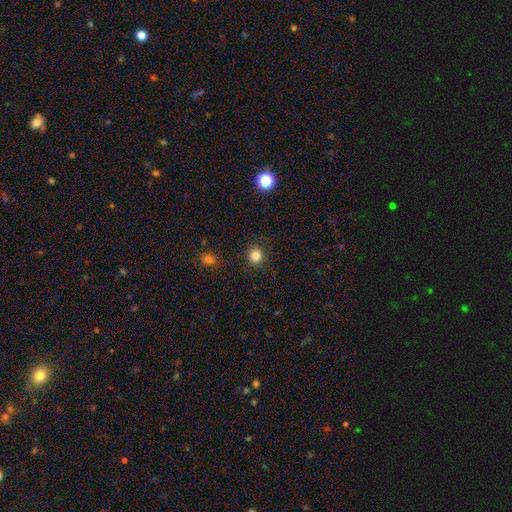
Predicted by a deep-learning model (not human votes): This is clearly a smooth galaxy (84%). How rounded: clearly round (86%). Merging: clearly none (87%).